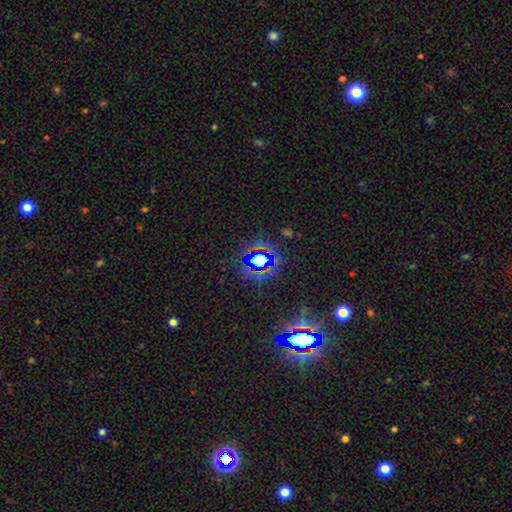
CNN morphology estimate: The model was most divided on "smooth or featured": star or artifact: 72%, smooth: 15%, featured or disk: 12%.